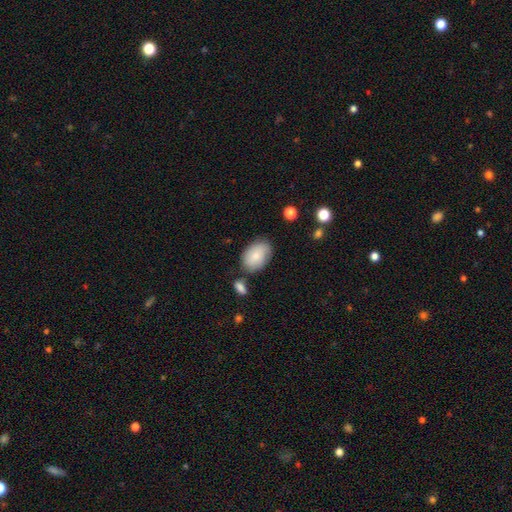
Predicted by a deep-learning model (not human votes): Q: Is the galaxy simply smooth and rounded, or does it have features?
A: smooth — 81%.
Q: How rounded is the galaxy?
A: in between — 84%.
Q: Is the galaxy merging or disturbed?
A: none — 69%.